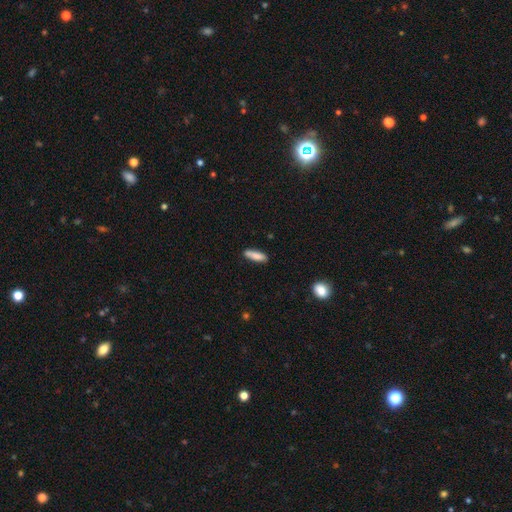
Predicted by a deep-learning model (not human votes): Smooth or featured: smooth — 84% (featured or disk — 10%)
How rounded: cigar-shaped — 59% (in between — 39%)
Merging: none — 79% (minor disturbance — 14%)